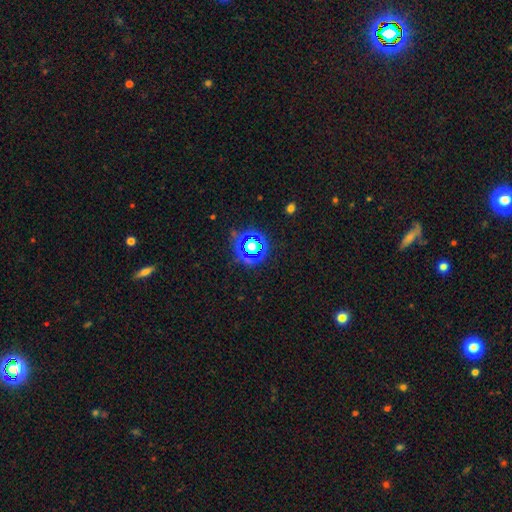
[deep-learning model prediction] Smooth or featured?
  - star or artifact: 74% *
  - smooth: 19%
  - featured or disk: 7%